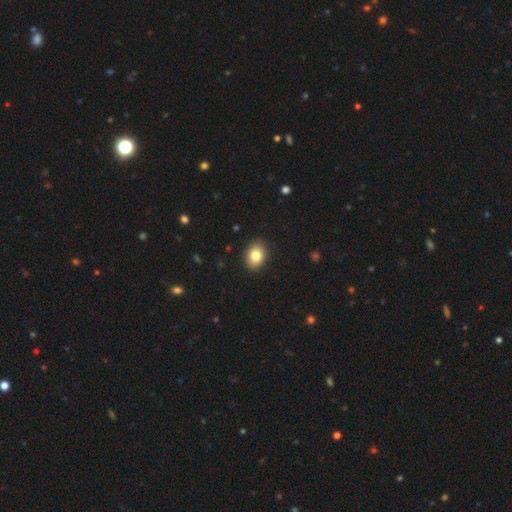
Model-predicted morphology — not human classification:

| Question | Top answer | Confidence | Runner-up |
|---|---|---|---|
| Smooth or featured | smooth | 83% | star or artifact (9%) |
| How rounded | in between | 66% | round (33%) |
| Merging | none | 90% | minor disturbance (7%) |